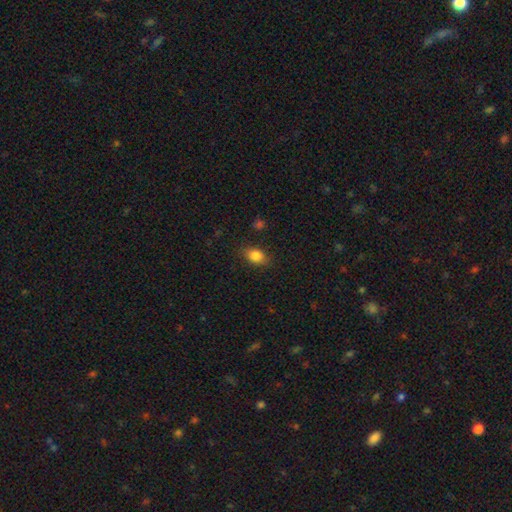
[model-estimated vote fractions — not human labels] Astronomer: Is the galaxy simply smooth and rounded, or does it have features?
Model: smooth — 84%.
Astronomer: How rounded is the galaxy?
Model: in between — 72%.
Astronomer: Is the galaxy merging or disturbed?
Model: none — 82%.